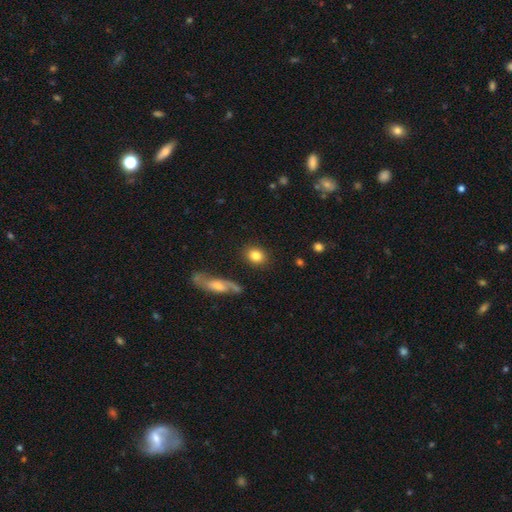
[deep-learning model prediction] This is clearly a smooth galaxy (82%). How rounded: possibly round (53%). Merging: clearly none (86%).